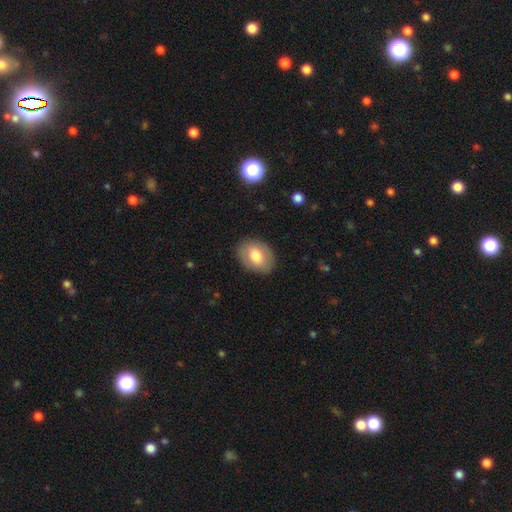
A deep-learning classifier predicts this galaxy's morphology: smooth 71%, featured or disk 22%, star or artifact 7%. Down the decision tree: how rounded — in between (70%); merging — none (86%).